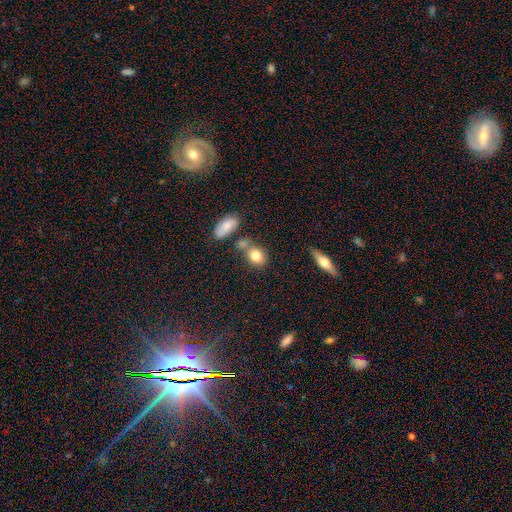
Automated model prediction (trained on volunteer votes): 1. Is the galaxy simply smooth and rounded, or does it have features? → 81% smooth, 10% featured or disk, 9% star or artifact.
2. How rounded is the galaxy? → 50% round, 48% in between, 2% cigar-shaped.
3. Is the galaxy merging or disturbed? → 58% none, 23% merger, 14% minor disturbance, 5% major disturbance.